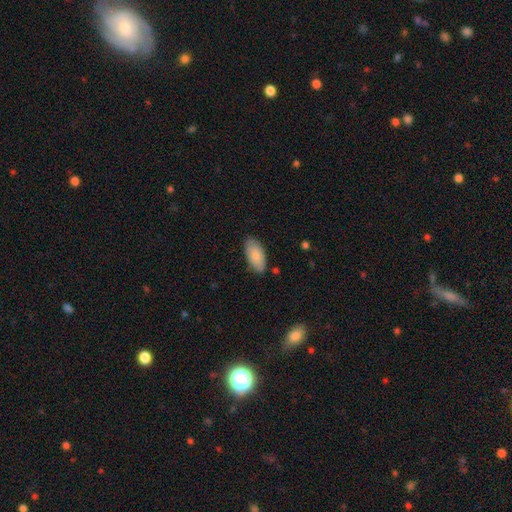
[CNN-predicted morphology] type=smooth (82%); roundness=in between (93%); merging=none (81%).